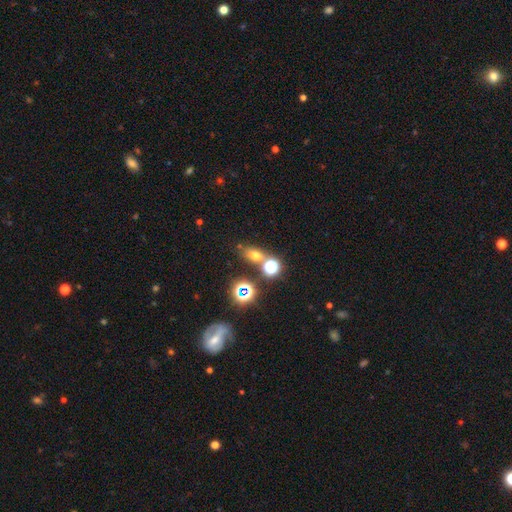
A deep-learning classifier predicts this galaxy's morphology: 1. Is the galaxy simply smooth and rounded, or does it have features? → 60% smooth, 29% star or artifact, 11% featured or disk.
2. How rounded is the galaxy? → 61% in between, 36% round, 3% cigar-shaped.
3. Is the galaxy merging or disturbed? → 67% none, 18% merger, 11% minor disturbance, 4% major disturbance.